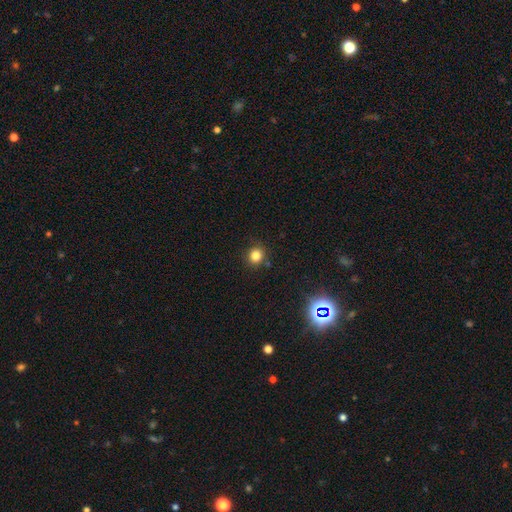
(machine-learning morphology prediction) smooth_or_featured: smooth (p=0.81) [alt: star or artifact p=0.14]
how_rounded: round (p=0.89) [alt: in between p=0.10]
merging: none (p=0.86) [alt: minor disturbance p=0.09]